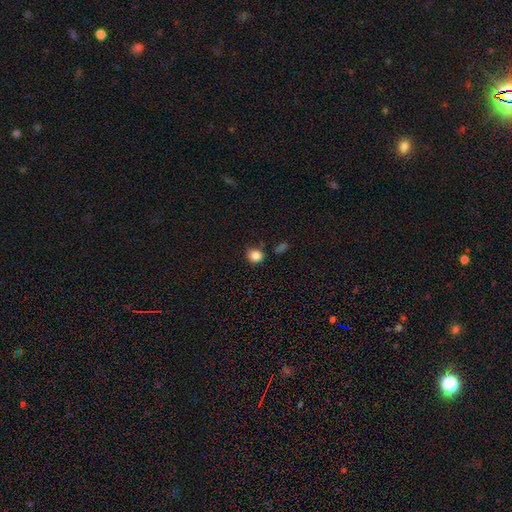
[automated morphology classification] Smooth or featured? Predicted: smooth (p=0.84). How rounded? Predicted: round (p=0.78). Merging? Predicted: none (p=0.73).